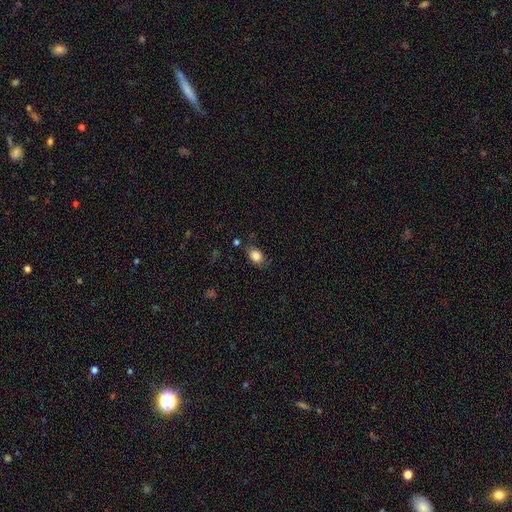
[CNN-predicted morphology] A smooth galaxy with no disk features (85%) that is in between round and cigar-shaped (64%). Merging: none (71%).